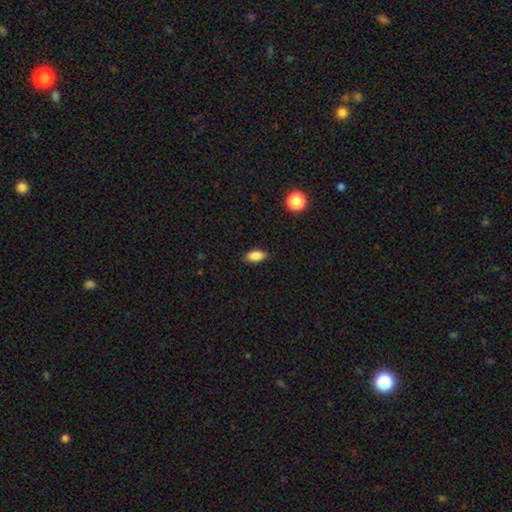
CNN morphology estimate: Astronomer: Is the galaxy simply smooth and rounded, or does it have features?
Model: smooth — 86%.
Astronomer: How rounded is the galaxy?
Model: in between — 87%.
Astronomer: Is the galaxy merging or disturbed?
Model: none — 87%.